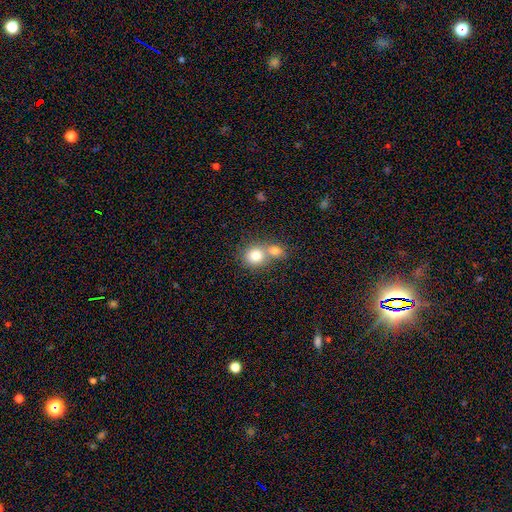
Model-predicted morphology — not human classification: smooth 79%, featured or disk 11%, star or artifact 10%. Down the decision tree: how rounded — round (80%); merging — merger (56%).